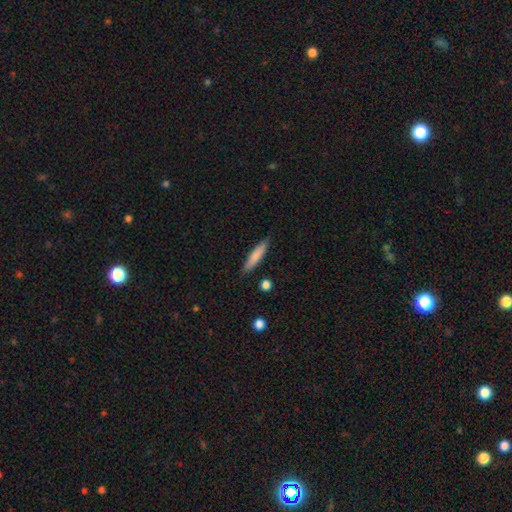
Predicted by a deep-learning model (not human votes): Q: Smooth or featured?
A: smooth (78%); runner-up: featured or disk (16%)
Q: How rounded?
A: cigar-shaped (86%); runner-up: in between (13%)
Q: Merging?
A: none (85%); runner-up: minor disturbance (11%)